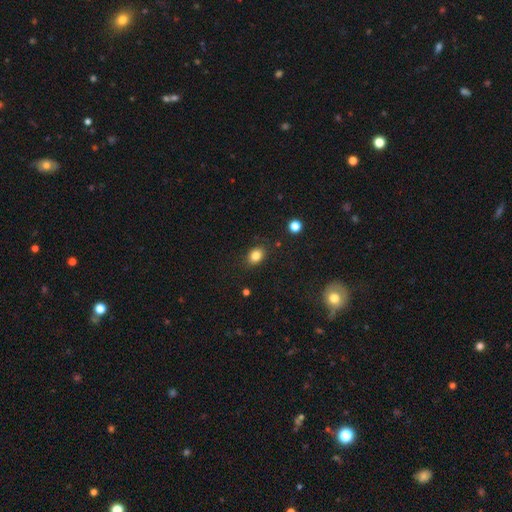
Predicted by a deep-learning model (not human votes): This appears to be a smooth galaxy with no disk features (83%) that is in between round and cigar-shaped (63%). Merging: none (83%).